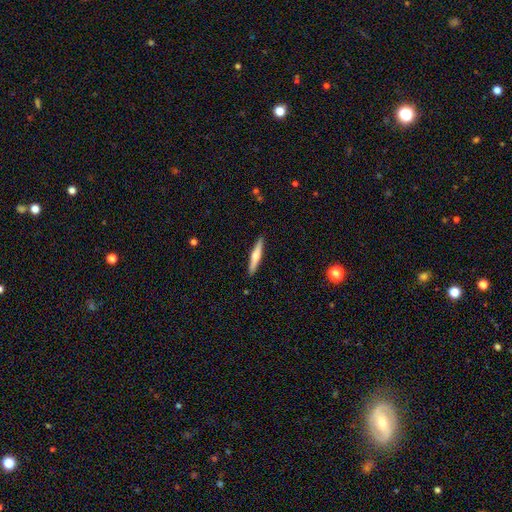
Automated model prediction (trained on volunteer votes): This appears to be a featured or disk galaxy (49%). Merging: none (91%).